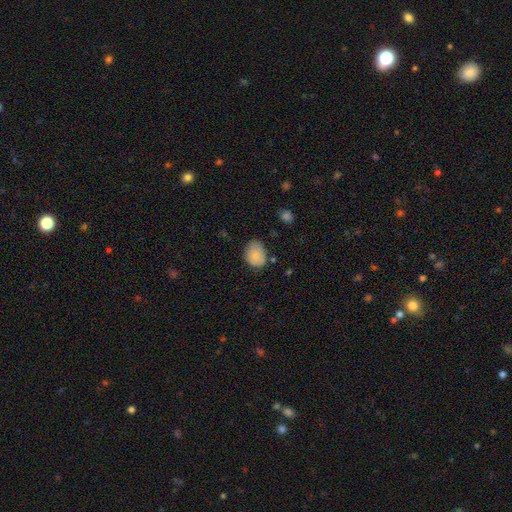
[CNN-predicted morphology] A smooth galaxy with no disk features (85%) that is in between round and cigar-shaped (64%). Merging: none (66%).